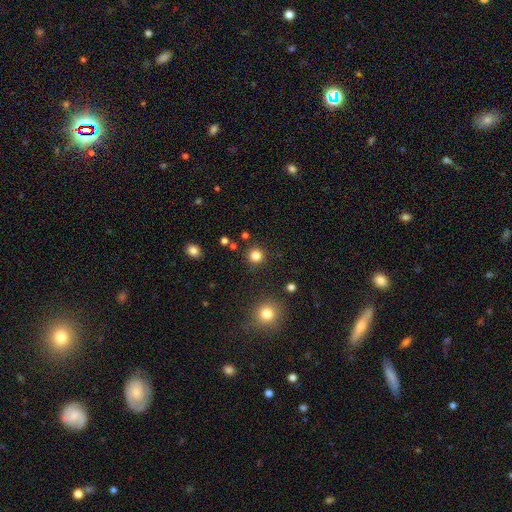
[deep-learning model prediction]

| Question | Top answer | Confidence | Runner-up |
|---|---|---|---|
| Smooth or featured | smooth | 83% | star or artifact (13%) |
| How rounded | round | 94% | in between (5%) |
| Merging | none | 90% | minor disturbance (6%) |